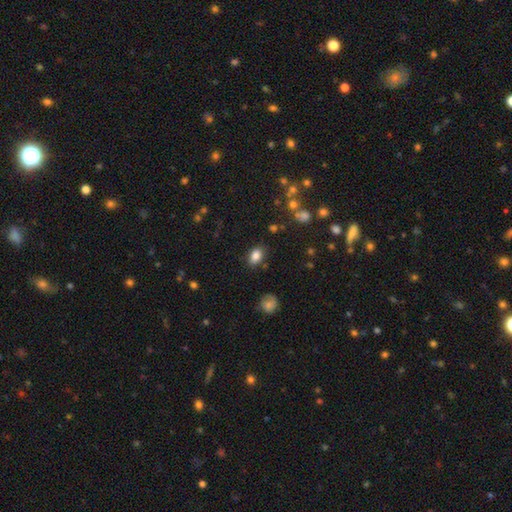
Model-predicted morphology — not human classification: Smooth or featured? Predicted: smooth (p=0.84). How rounded? Predicted: in between (p=0.85). Merging? Predicted: none (p=0.82).